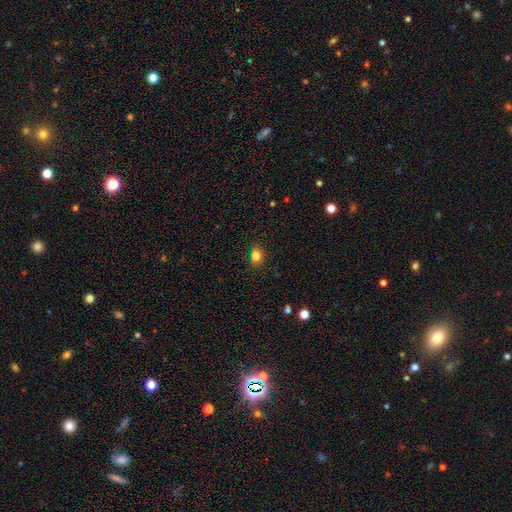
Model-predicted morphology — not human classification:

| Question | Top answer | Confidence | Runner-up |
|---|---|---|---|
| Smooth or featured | smooth | 83% | star or artifact (12%) |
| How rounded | in between | 55% | round (44%) |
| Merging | none | 85% | minor disturbance (11%) |